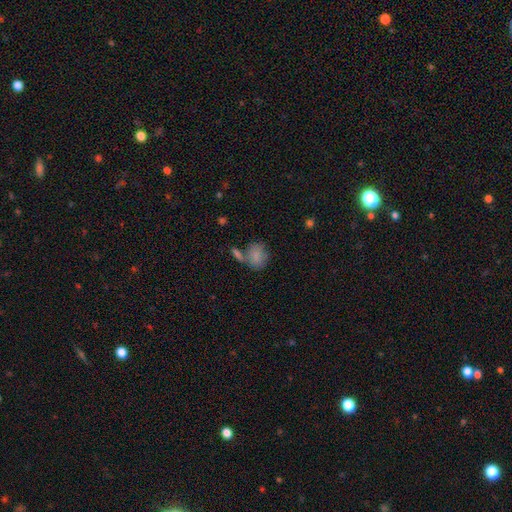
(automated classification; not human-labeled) smooth_or_featured: smooth (p=0.82) [alt: featured or disk p=0.10]
how_rounded: in between (p=0.53) [alt: round p=0.45]
merging: none (p=0.47) [alt: merger p=0.30]